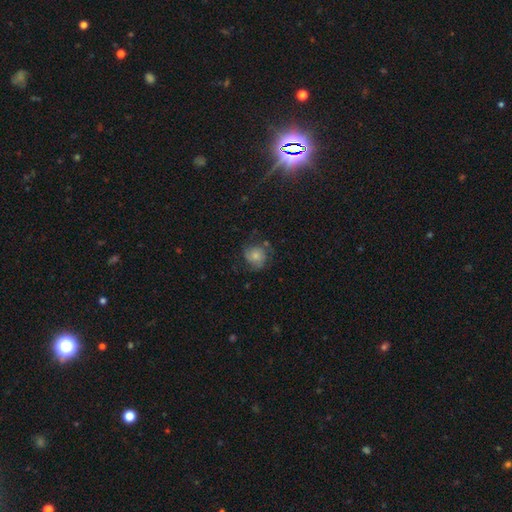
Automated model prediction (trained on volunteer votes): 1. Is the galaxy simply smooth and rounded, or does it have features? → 52% smooth, 38% featured or disk, 10% star or artifact.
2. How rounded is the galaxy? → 79% round, 20% in between, 1% cigar-shaped.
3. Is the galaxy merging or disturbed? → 56% none, 25% minor disturbance, 16% major disturbance, 3% merger.